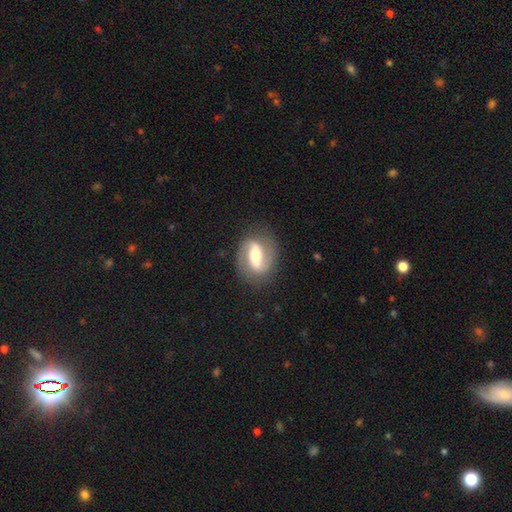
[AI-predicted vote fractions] smooth-or-featured: featured or disk: 79% | smooth: 16% | star or artifact: 5%
  disk-edge-on: no: 96% | yes: 4%
    bar: strong: 51% | weak: 33% | no: 16%
    has-spiral-arms: yes: 90% | no: 10%
      spiral-winding: medium: 47% | loose: 28% | tight: 25%
      spiral-arm-count: 2: 90% | can't tell: 4% | 1: 3% | 3: 1% | 4: 1% | more than 4: 1%
    bulge-size: moderate: 56% | small: 20% | large: 19% | dominant: 3% | none: 2%
  merging: none: 81% | minor disturbance: 12% | major disturbance: 5% | merger: 1%